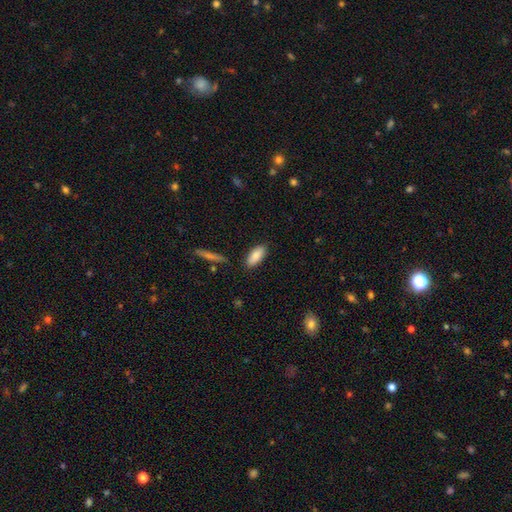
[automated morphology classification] smooth 86%, featured or disk 8%, star or artifact 6%. Down the decision tree: how rounded — in between (84%); merging — none (85%).